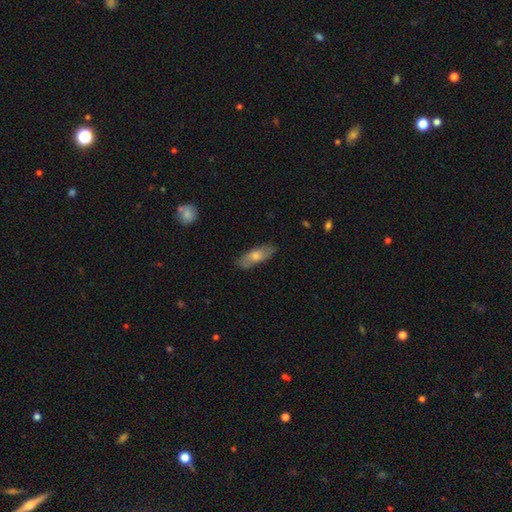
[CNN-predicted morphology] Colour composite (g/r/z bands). It shows a smooth galaxy with no disk features (59%) that is in between round and cigar-shaped (59%). Merging: none (84%).